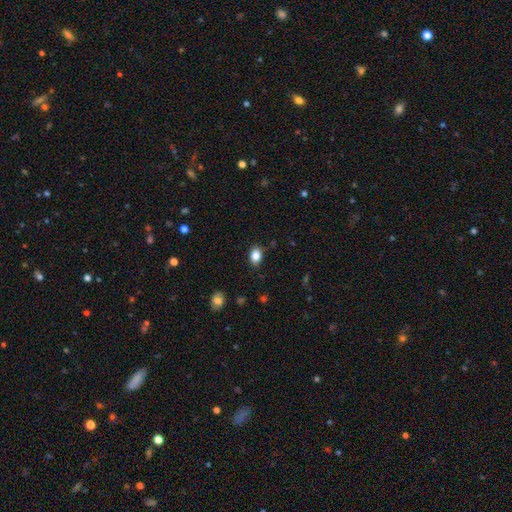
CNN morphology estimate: smooth_or_featured: smooth (p=0.85) [alt: star or artifact p=0.09]
how_rounded: in between (p=0.79) [alt: round p=0.20]
merging: none (p=0.85) [alt: minor disturbance p=0.11]